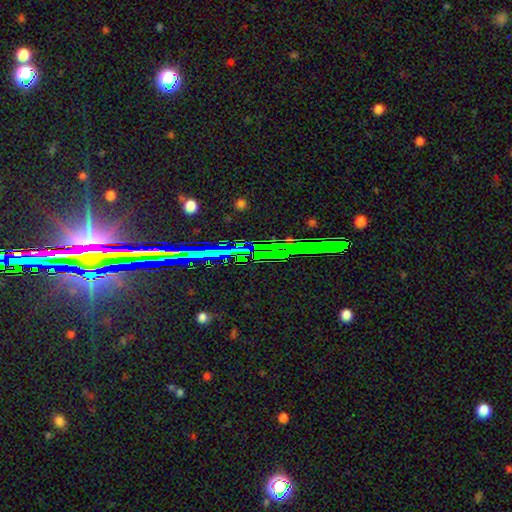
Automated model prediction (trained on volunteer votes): A star or artifact, not a galaxy (81%).

Vote fractions:
- Smooth or featured? star or artifact: 81% / featured or disk: 12% / smooth: 8%